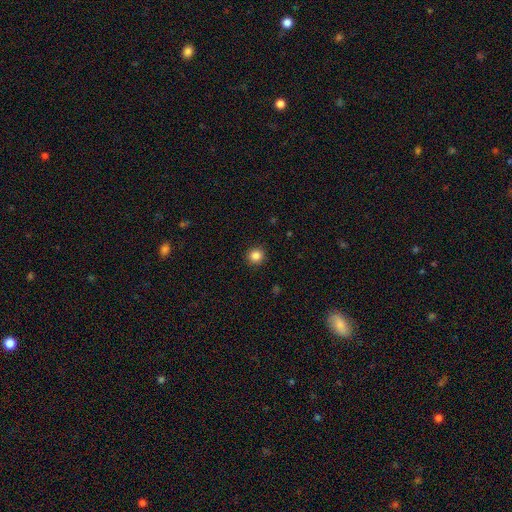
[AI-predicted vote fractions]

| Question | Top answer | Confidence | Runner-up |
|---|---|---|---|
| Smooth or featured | smooth | 85% | star or artifact (11%) |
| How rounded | round | 93% | in between (6%) |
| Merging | none | 92% | minor disturbance (5%) |